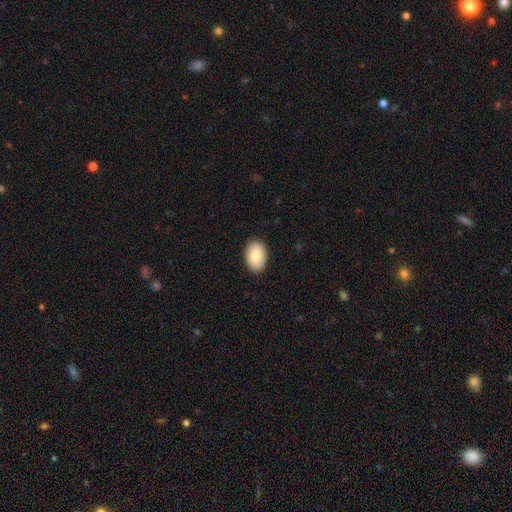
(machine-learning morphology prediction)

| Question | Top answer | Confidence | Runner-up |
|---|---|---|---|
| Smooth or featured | smooth | 86% | featured or disk (8%) |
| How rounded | in between | 90% | round (9%) |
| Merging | none | 89% | minor disturbance (8%) |